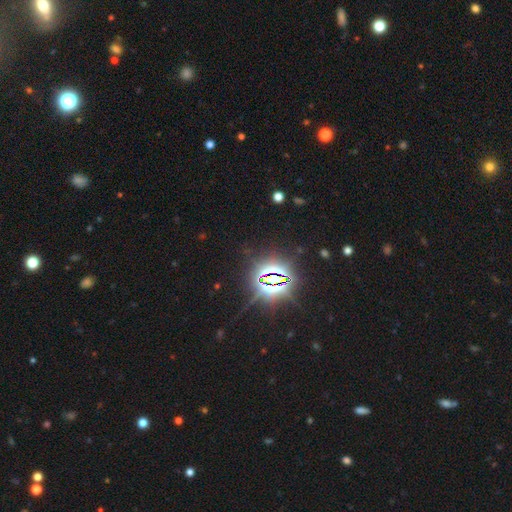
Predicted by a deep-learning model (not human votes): Smooth or featured? star or artifact (84%)